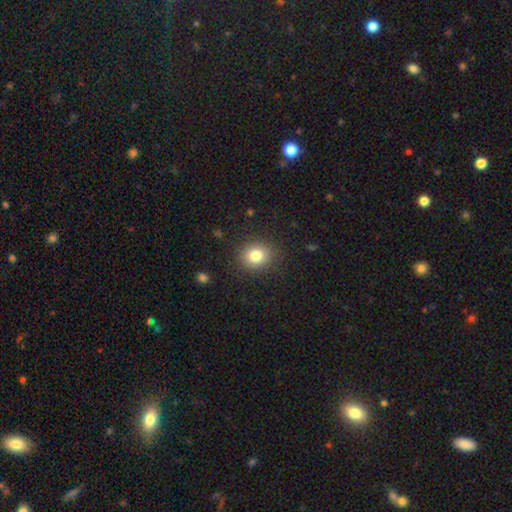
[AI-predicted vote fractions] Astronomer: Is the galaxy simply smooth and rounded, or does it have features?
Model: smooth — 81%.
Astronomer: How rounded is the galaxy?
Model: round — 67%.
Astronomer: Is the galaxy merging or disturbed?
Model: none — 87%.